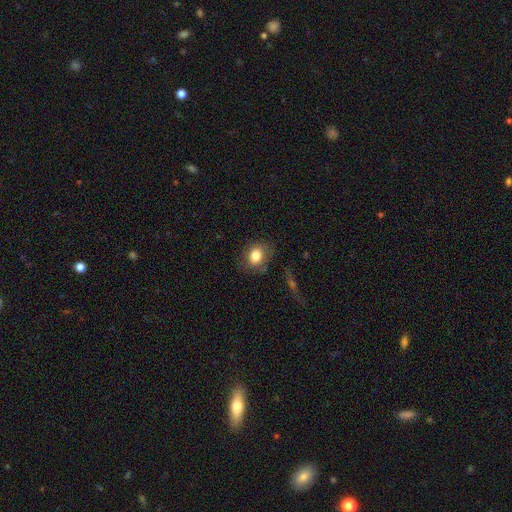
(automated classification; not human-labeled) smooth 80%, featured or disk 11%, star or artifact 9%. Down the decision tree: how rounded — round (52%); merging — none (73%).